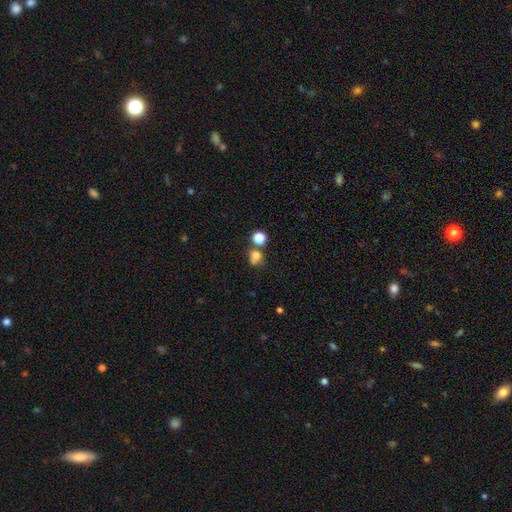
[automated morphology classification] type=smooth (71%); roundness=round (76%); merging=none (44%).